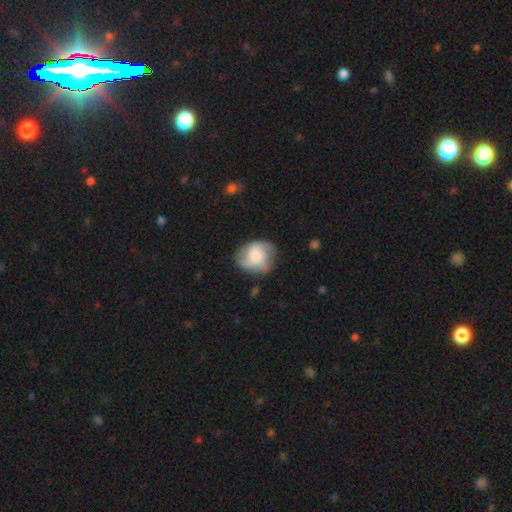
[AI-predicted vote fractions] Smooth or featured? featured or disk (65%)
Edge-on disk? no (98%)
Bar? no (67%)
Spiral arms? yes (92%)
Spiral winding? medium (49%)
Spiral arm count? 3 (47%)
Bulge size? moderate (34%)
Merging? none (69%)